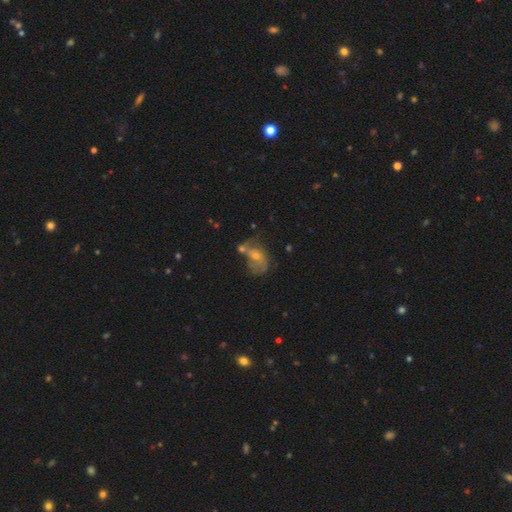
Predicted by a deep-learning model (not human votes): smooth-or-featured: featured or disk: 57% | smooth: 27% | star or artifact: 16%
  disk-edge-on: no: 96% | yes: 4%
    bar: no: 62% | weak: 31% | strong: 7%
    has-spiral-arms: yes: 70% | no: 30%
    bulge-size: small: 52% | moderate: 38% | none: 6% | large: 3% | dominant: 1%
  merging: none: 36% | major disturbance: 22% | merger: 21% | minor disturbance: 21%